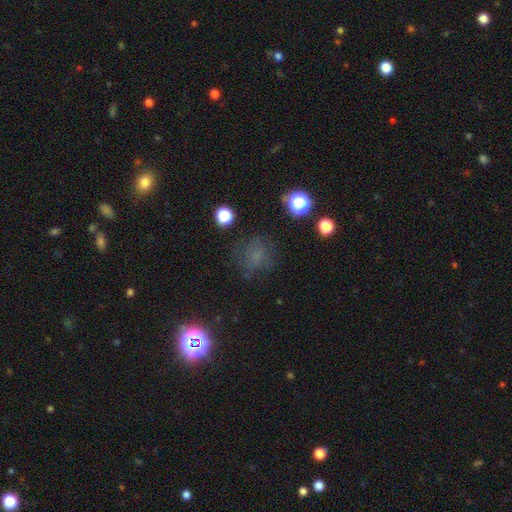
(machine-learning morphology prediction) The model was most divided on "smooth or featured": smooth: 57%, star or artifact: 28%, featured or disk: 15%. More confident: how rounded — round (80%); merging — none (69%).